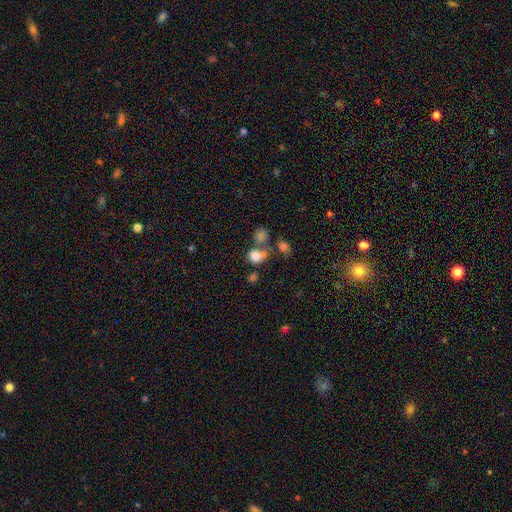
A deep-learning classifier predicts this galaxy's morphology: Q: Smooth or featured?
A: smooth (77%); runner-up: star or artifact (13%)
Q: How rounded?
A: round (59%); runner-up: in between (40%)
Q: Merging?
A: merger (40%); runner-up: none (38%)